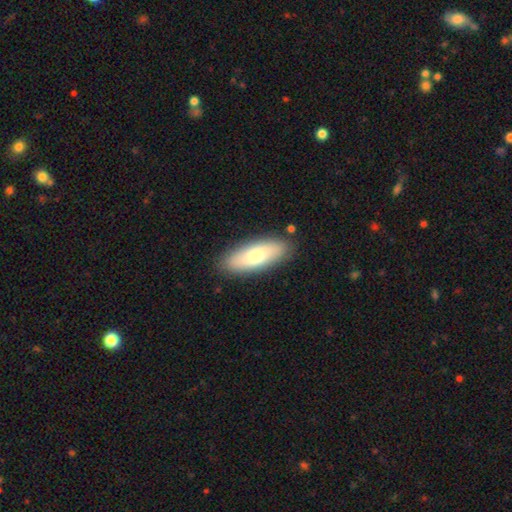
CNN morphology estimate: smooth-or-featured: smooth: 70% | featured or disk: 24% | star or artifact: 6%
  how-rounded: in between: 64% | cigar-shaped: 34% | round: 2%
  merging: none: 88% | minor disturbance: 9% | major disturbance: 2% | merger: 2%